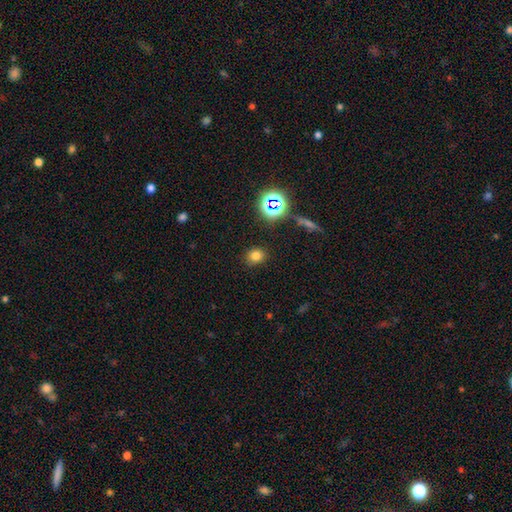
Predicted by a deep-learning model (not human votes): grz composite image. It shows a smooth galaxy with no disk features (74%) that is round (68%). Merging: none (87%).